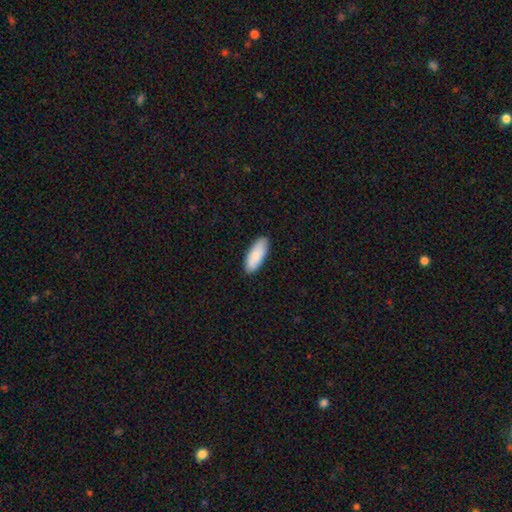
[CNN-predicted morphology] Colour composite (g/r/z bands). It shows a smooth galaxy with no disk features (90%) that is in between round and cigar-shaped (77%). Merging: none (89%).